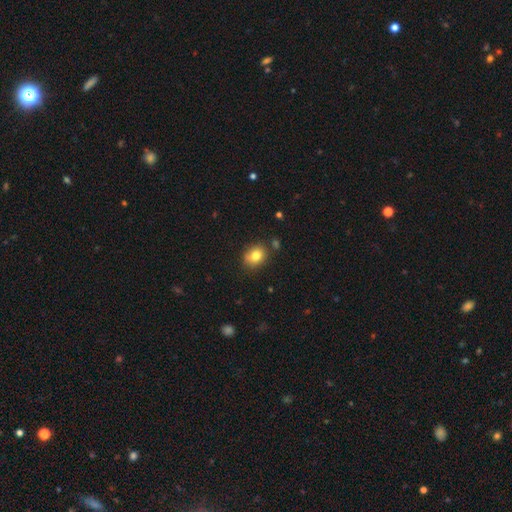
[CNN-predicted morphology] smooth_or_featured: smooth (p=0.80) [alt: star or artifact p=0.10]
how_rounded: round (p=0.50) [alt: in between p=0.49]
merging: none (p=0.78) [alt: minor disturbance p=0.15]